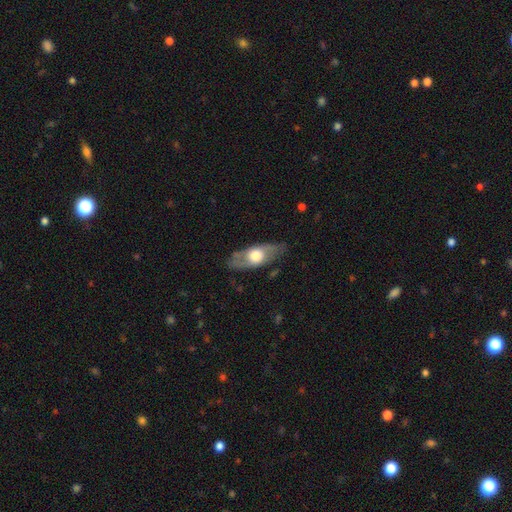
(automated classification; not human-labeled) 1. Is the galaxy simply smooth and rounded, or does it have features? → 50% featured or disk, 45% smooth, 5% star or artifact.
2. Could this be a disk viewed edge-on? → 57% no, 43% yes.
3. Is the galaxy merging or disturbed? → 77% none, 16% minor disturbance, 5% major disturbance, 1% merger.